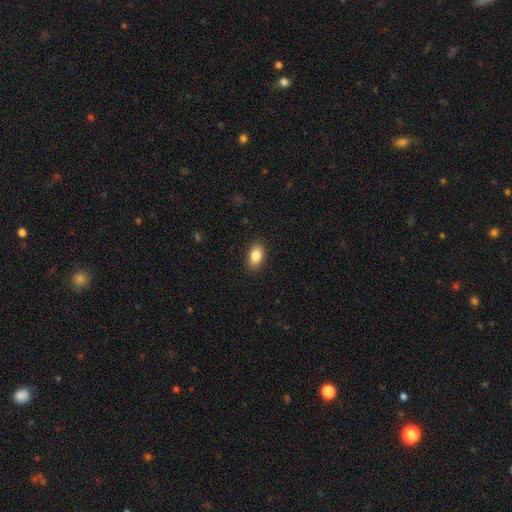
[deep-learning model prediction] Smooth or featured? Predicted: smooth (p=0.85). How rounded? Predicted: in between (p=0.90). Merging? Predicted: none (p=0.89).